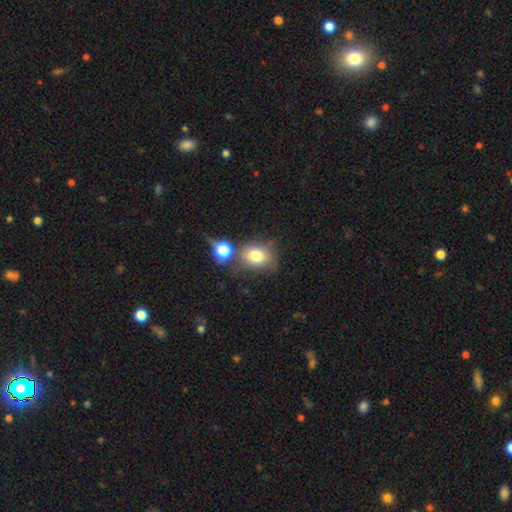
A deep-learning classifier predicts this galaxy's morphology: Overall: smooth (77%). How rounded: round (55%; in between 44%). Merging: none (57%; merger 18%).